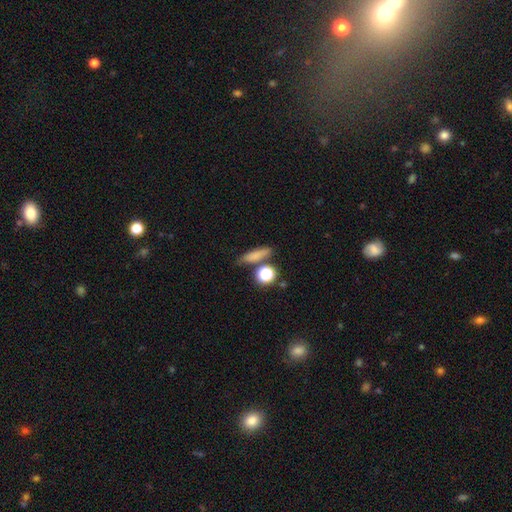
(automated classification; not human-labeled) The model was most divided on "how rounded": cigar-shaped: 56%, in between: 27%, round: 17%. More confident: smooth or featured — smooth (74%); merging — none (70%).